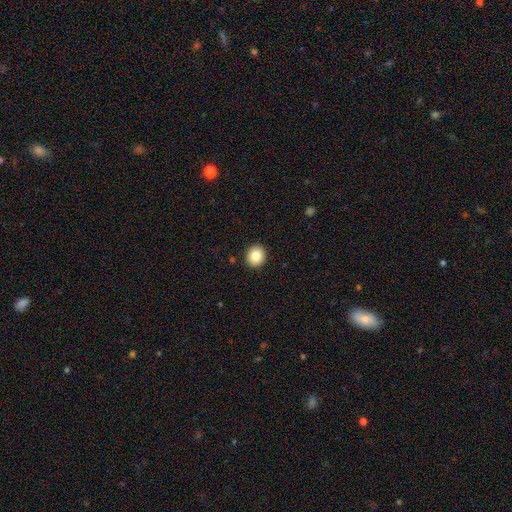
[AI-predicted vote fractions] Smooth or featured? Predicted: smooth (p=0.84). How rounded? Predicted: round (p=0.80). Merging? Predicted: none (p=0.92).